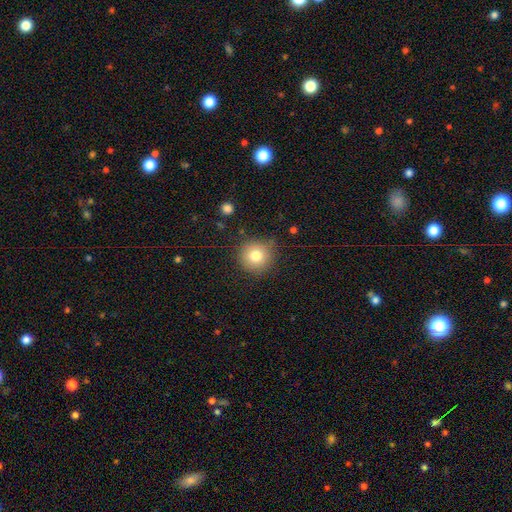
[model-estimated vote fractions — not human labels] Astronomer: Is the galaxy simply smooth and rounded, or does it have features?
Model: smooth — 78%.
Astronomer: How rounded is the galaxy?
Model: round — 94%.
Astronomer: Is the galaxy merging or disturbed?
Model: none — 84%.